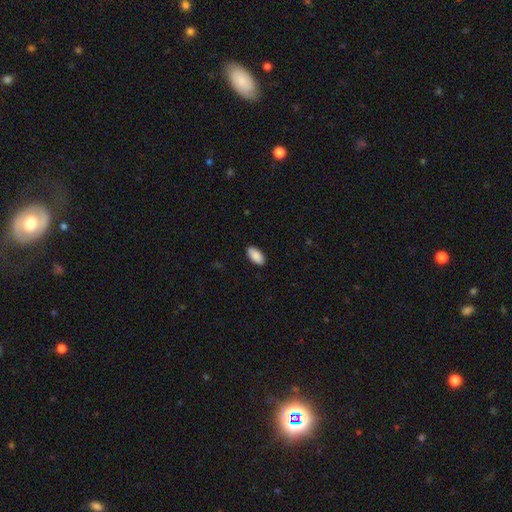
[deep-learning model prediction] smooth 89%, star or artifact 6%, featured or disk 5%. Down the decision tree: how rounded — in between (94%); merging — none (89%).